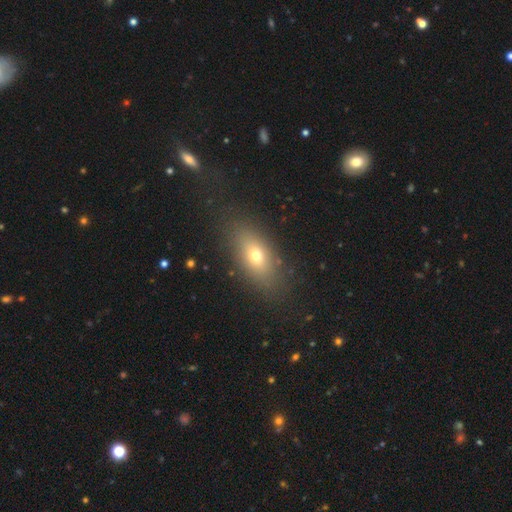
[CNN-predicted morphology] A smooth galaxy with no disk features (67%) that is in between round and cigar-shaped (78%).

Vote fractions:
- Smooth or featured? smooth: 67% / featured or disk: 20% / star or artifact: 12%
- How rounded? in between: 78% / cigar-shaped: 12% / round: 10%
- Merging? none: 82% / minor disturbance: 11% / major disturbance: 5% / merger: 2%